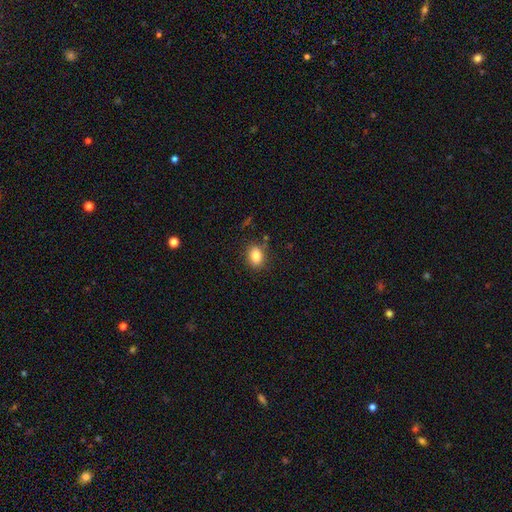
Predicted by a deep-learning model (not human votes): smooth_or_featured: smooth (p=0.85) [alt: star or artifact p=0.09]
how_rounded: in between (p=0.69) [alt: round p=0.30]
merging: none (p=0.82) [alt: minor disturbance p=0.12]